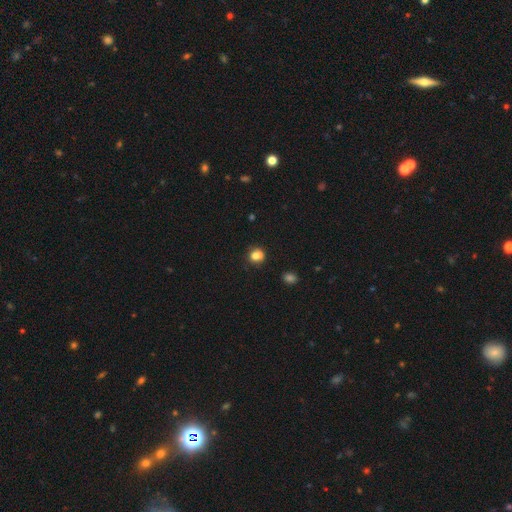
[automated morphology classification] Overall: smooth (79%). How rounded: round (80%). Merging: none (69%).